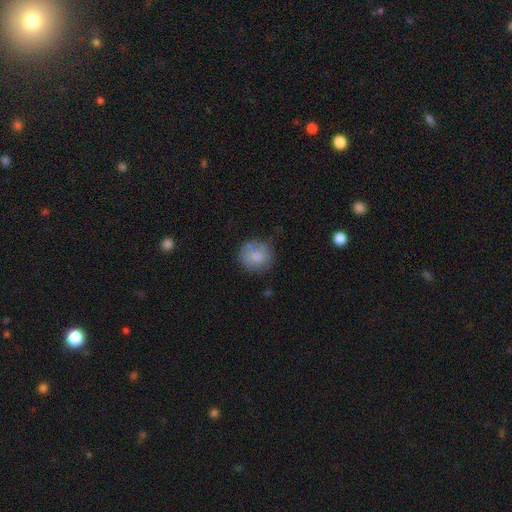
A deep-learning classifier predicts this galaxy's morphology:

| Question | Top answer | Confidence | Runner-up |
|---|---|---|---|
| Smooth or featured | smooth | 71% | featured or disk (21%) |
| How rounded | round | 89% | in between (10%) |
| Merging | none | 67% | minor disturbance (22%) |